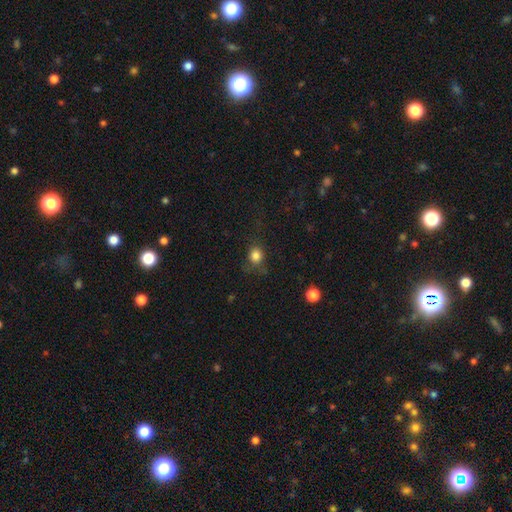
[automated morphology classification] A smooth galaxy with no disk features (82%) that is round (76%). Merging: none (70%).